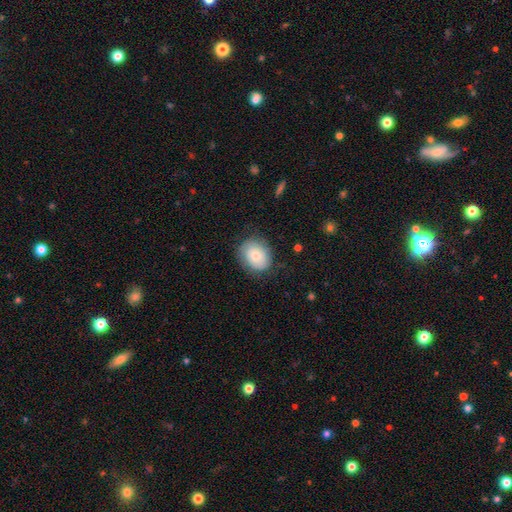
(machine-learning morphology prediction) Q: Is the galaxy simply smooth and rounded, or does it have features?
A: smooth — 67%.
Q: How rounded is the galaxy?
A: round — 50%, tied with in between.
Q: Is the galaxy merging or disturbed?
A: none — 75%.